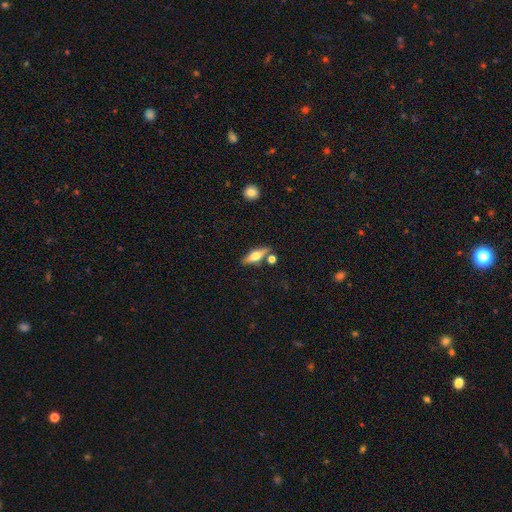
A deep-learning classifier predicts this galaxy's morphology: Smooth or featured? Predicted: featured or disk (p=0.48). Merging? Predicted: none (p=0.77).